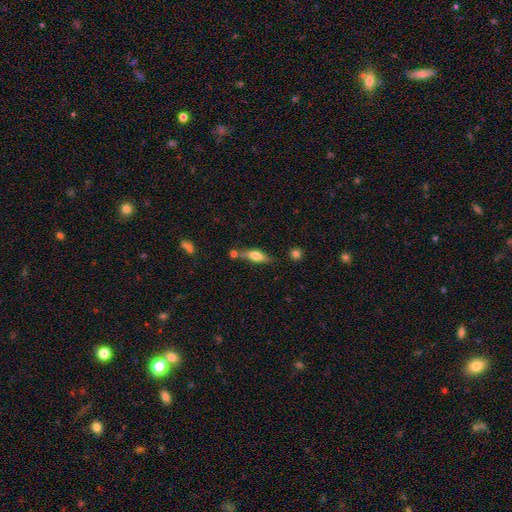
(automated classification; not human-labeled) The model was most divided on "merging": none: 57%, minor disturbance: 20%, merger: 18%, major disturbance: 6%. More confident: how rounded — in between (71%); smooth or featured — smooth (70%).